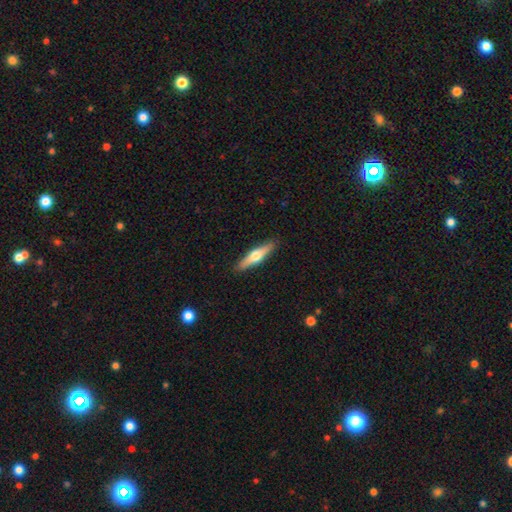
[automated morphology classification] Smooth or featured?
  - featured or disk: 53% *
  - smooth: 42%
  - star or artifact: 5%
Edge-on disk?
  - yes: 94% *
  - no: 6%
Merging?
  - none: 90% *
  - minor disturbance: 7%
  - major disturbance: 2%
  - merger: 1%